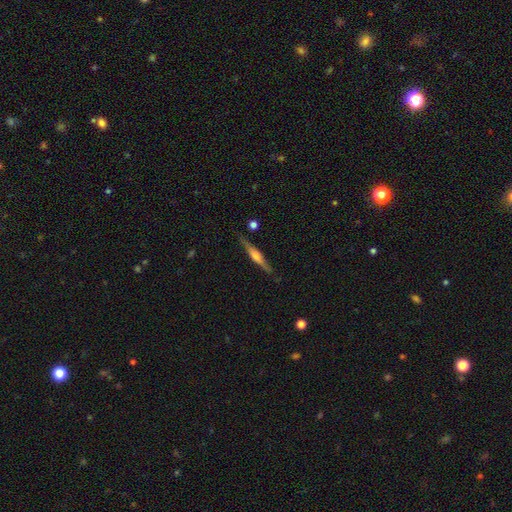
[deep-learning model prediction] This is likely a featured or disk galaxy (70%). It is clearly viewed edge-on (97%). Edge-on bulge: likely rounded (72%). Merging: clearly none (86%).